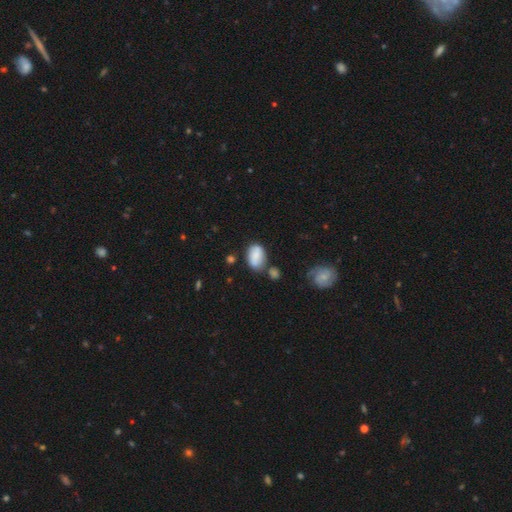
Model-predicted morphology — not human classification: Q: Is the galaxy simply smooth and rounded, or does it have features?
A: smooth — 79%.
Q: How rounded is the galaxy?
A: in between — 87%.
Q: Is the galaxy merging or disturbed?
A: none — 55%.